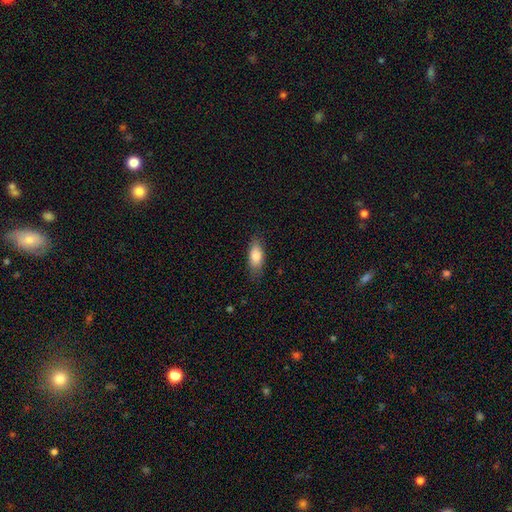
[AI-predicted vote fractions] Smooth or featured: smooth — 83% (featured or disk — 11%)
How rounded: in between — 81% (cigar-shaped — 16%)
Merging: none — 79% (minor disturbance — 16%)